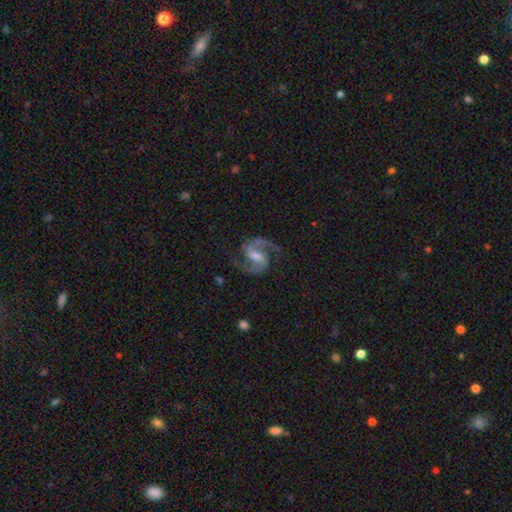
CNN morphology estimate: featured or disk 93%, star or artifact 4%, smooth 3%. Down the decision tree: edge-on disk — no (98%); bar — weak (51%); spiral arms — yes (98%); spiral arm count — 2 (94%); spiral winding — medium (67%); bulge size — moderate (47%); merging — none (80%).